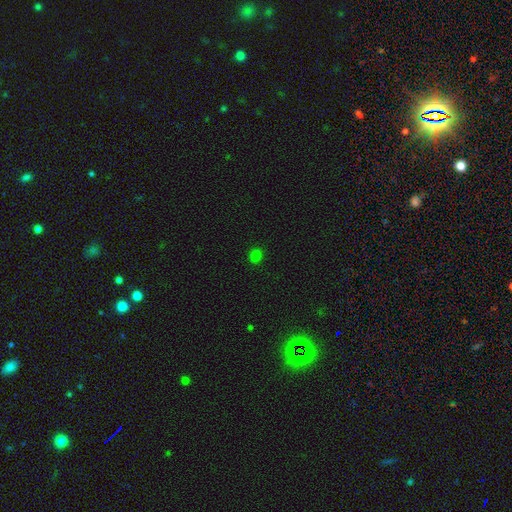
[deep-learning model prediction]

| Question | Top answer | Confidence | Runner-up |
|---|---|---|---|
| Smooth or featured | smooth | 78% | star or artifact (19%) |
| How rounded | round | 57% | in between (42%) |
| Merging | none | 89% | minor disturbance (7%) |